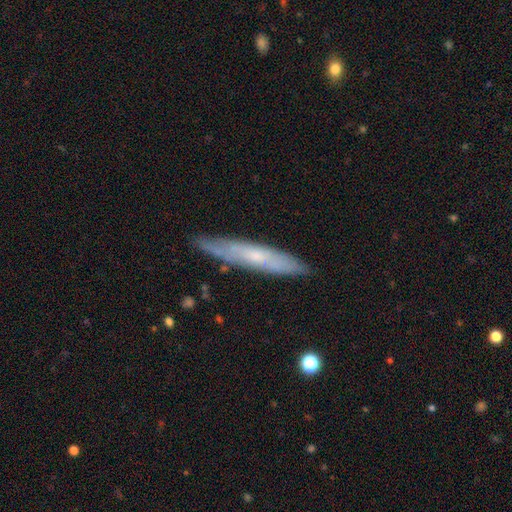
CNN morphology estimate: This appears to be a featured or disk galaxy (49%). Merging: none (81%).